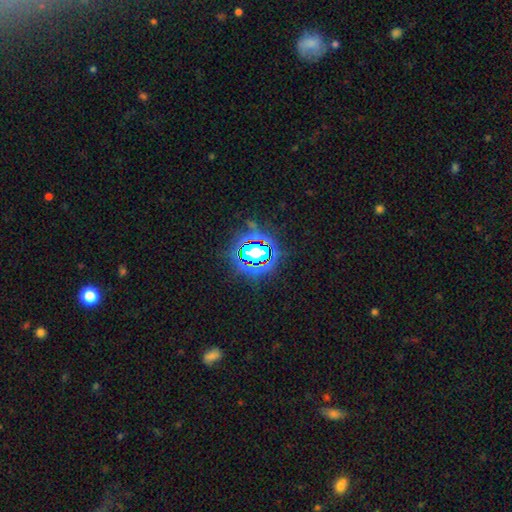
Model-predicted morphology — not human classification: star or artifact 79%, smooth 13%, featured or disk 8%.